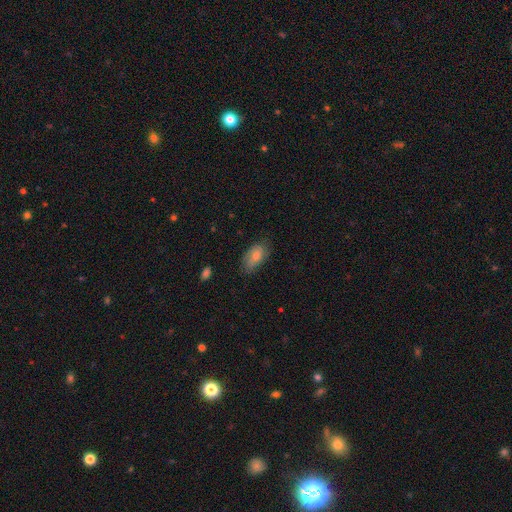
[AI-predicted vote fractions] Q: Smooth or featured?
A: smooth (76%); runner-up: featured or disk (18%)
Q: How rounded?
A: in between (92%); runner-up: round (4%)
Q: Merging?
A: none (69%); runner-up: minor disturbance (24%)